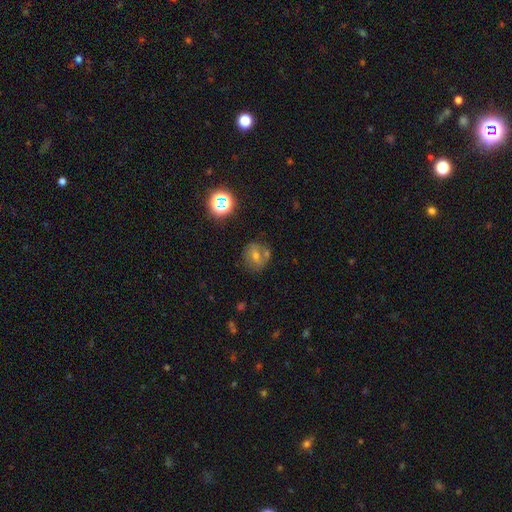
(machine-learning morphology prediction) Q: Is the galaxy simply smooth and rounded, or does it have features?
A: smooth — 43%.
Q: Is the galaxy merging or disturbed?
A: none — 69%.